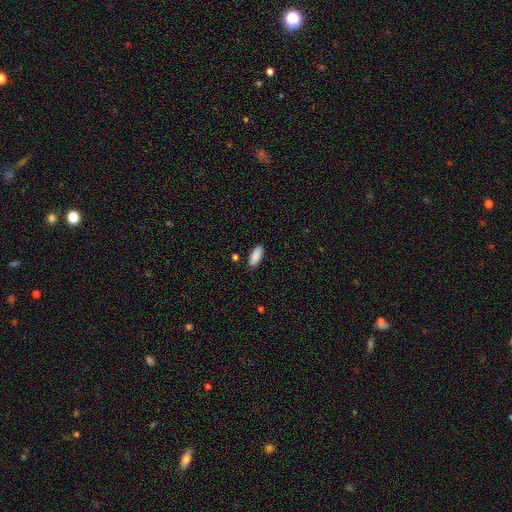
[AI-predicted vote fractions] smooth-or-featured: smooth: 90% | star or artifact: 6% | featured or disk: 4%
  how-rounded: in between: 82% | cigar-shaped: 16% | round: 2%
  merging: none: 86% | minor disturbance: 9% | major disturbance: 2% | merger: 2%